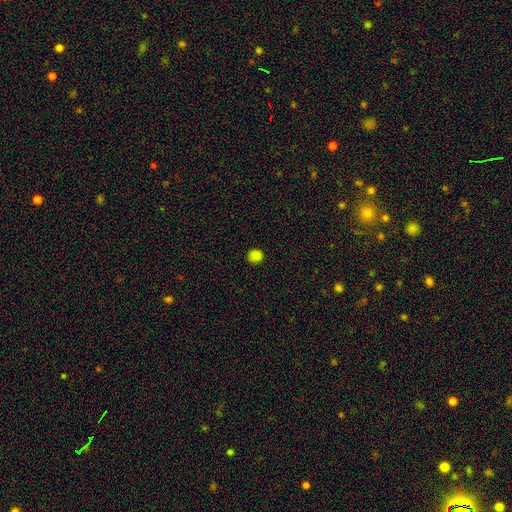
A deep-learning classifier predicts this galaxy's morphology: Smooth or featured: smooth — 84% (star or artifact — 14%)
How rounded: round — 88% (in between — 11%)
Merging: none — 90% (minor disturbance — 7%)